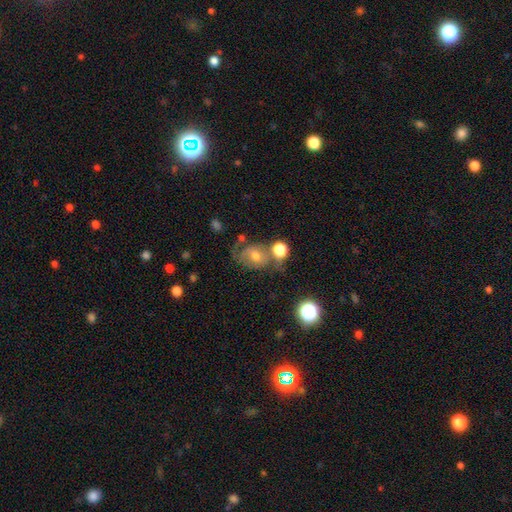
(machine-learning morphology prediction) Smooth or featured? Predicted: smooth (p=0.44). Merging? Predicted: none (p=0.43).